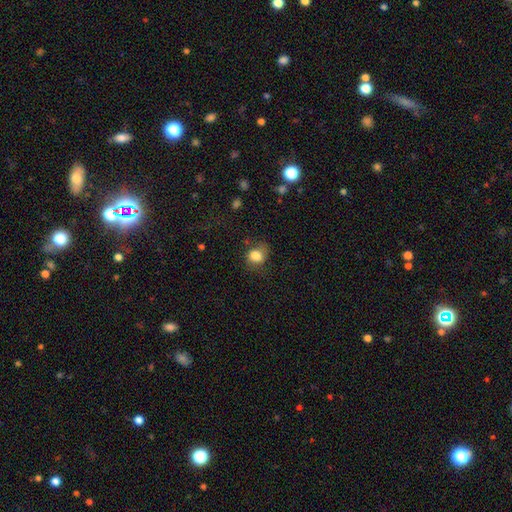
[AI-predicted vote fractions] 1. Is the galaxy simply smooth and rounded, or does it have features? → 82% smooth, 10% star or artifact, 8% featured or disk.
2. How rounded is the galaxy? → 53% round, 46% in between, 1% cigar-shaped.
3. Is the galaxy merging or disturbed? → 57% none, 26% minor disturbance, 14% major disturbance, 2% merger.